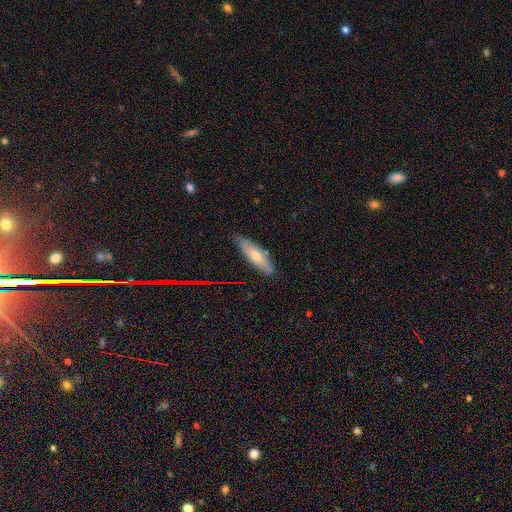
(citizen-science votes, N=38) This appears to be a smooth galaxy with no disk features (55%) that is in between round and cigar-shaped (57%). Merging: none (81%).